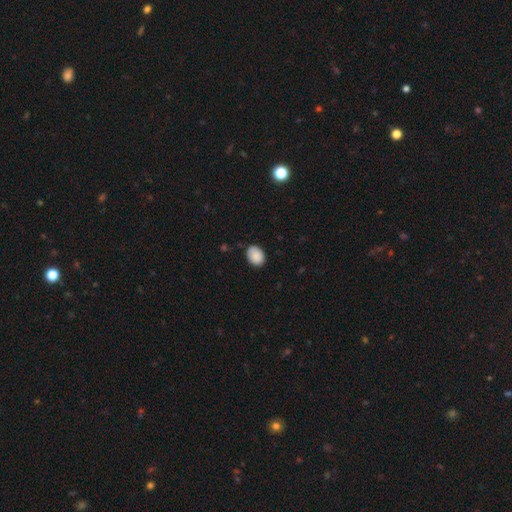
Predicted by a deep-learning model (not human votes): Smooth or featured: smooth — 89% (star or artifact — 7%)
How rounded: in between — 74% (round — 25%)
Merging: none — 81% (minor disturbance — 15%)